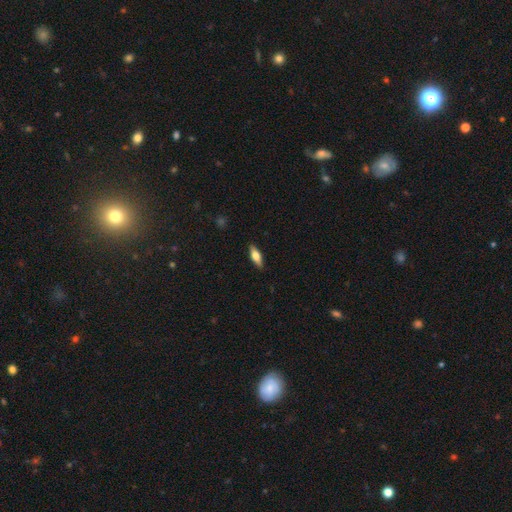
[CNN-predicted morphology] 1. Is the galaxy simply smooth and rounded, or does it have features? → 58% smooth, 35% featured or disk, 6% star or artifact.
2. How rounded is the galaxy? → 59% in between, 38% cigar-shaped, 3% round.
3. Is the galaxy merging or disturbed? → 89% none, 8% minor disturbance, 2% major disturbance, 1% merger.